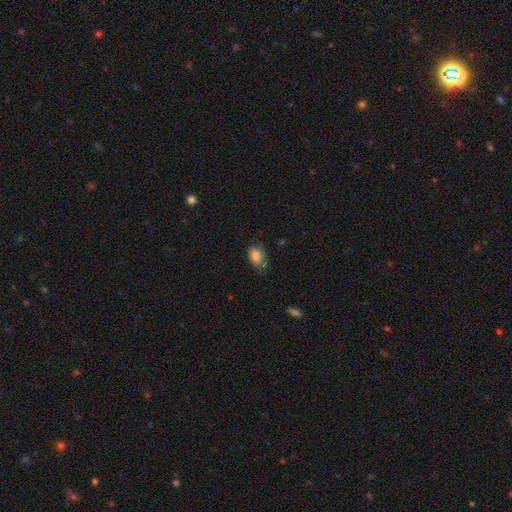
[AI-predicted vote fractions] Smooth or featured? Predicted: smooth (p=0.84). How rounded? Predicted: in between (p=0.78). Merging? Predicted: none (p=0.59).